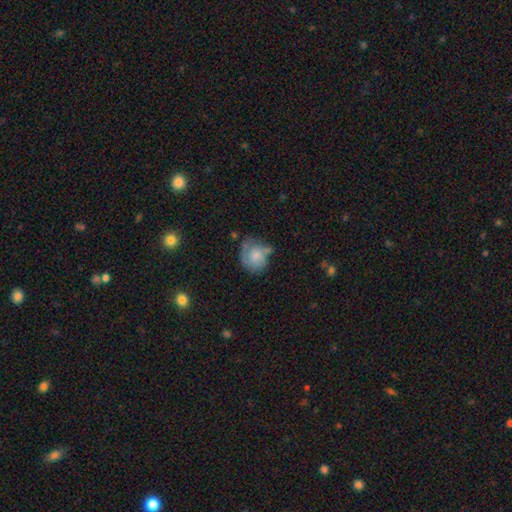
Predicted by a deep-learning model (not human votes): smooth_or_featured: smooth (p=0.58) [alt: featured or disk p=0.33]
how_rounded: round (p=0.73) [alt: in between p=0.26]
merging: none (p=0.44) [alt: minor disturbance p=0.31]